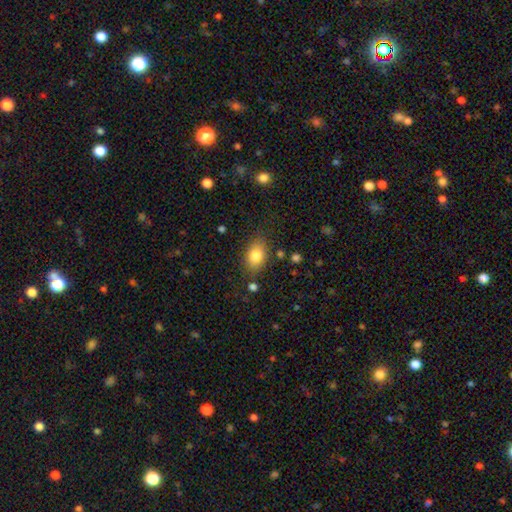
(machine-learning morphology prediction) A smooth galaxy with no disk features (81%) that is in between round and cigar-shaped (82%). Merging: none (78%).